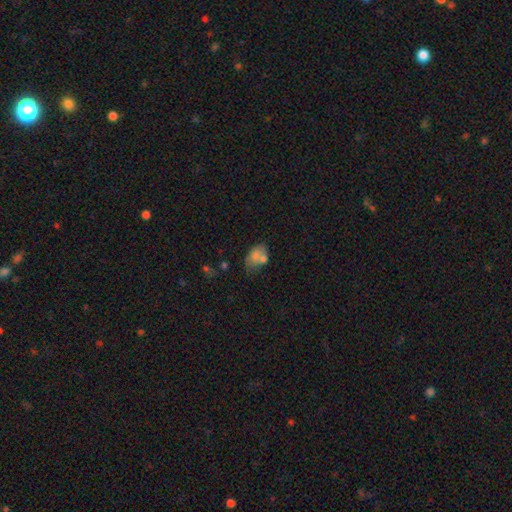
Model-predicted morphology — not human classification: This appears to be a smooth galaxy with no disk features (68%) that is in between round and cigar-shaped (82%). Merging: none (39%).